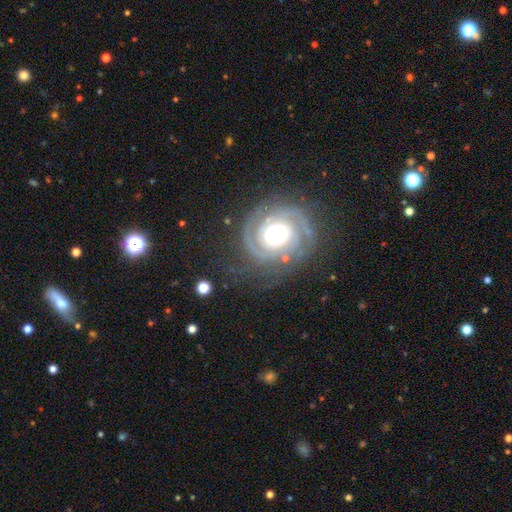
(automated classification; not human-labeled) featured or disk 87%, smooth 7%, star or artifact 6%. Down the decision tree: edge-on disk — no (98%); bar — no (66%); spiral arms — yes (96%); spiral arm count — 2 (66%); spiral winding — tight (71%); bulge size — moderate (53%); merging — none (78%).